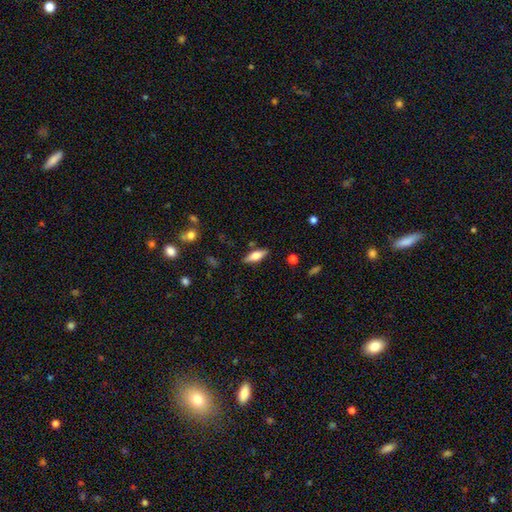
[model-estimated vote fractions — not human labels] Smooth or featured? smooth (60%)
How rounded? in between (61%)
Merging? none (85%)